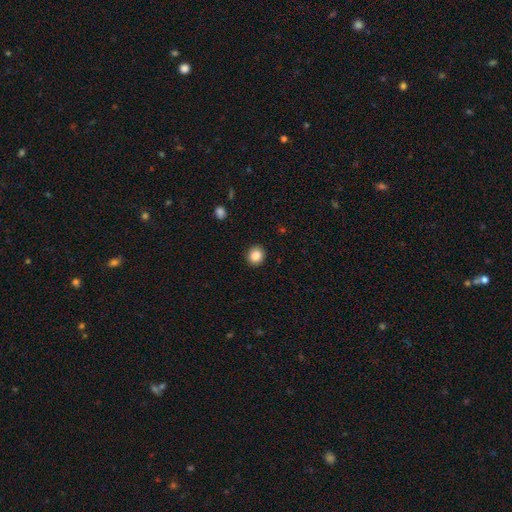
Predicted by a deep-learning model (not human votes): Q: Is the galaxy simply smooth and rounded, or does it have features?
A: smooth — 86%.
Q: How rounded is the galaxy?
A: round — 87%.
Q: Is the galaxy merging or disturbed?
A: none — 92%.